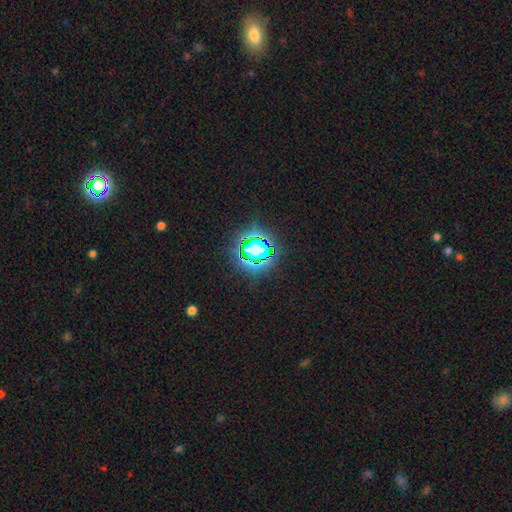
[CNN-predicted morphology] Smooth or featured?
  - star or artifact: 79% *
  - smooth: 15%
  - featured or disk: 7%